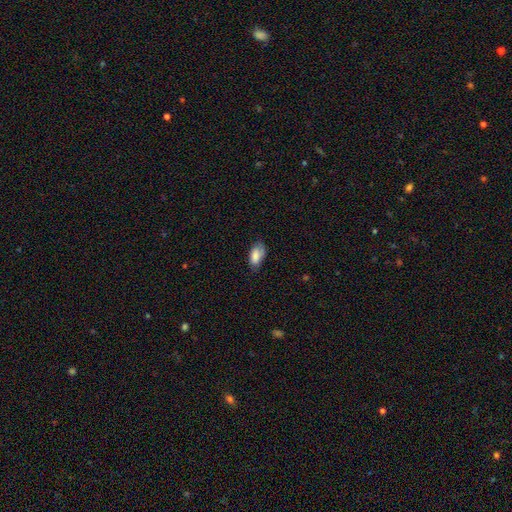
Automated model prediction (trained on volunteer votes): Smooth or featured: smooth — 82% (featured or disk — 11%)
How rounded: in between — 91% (cigar-shaped — 6%)
Merging: none — 62% (minor disturbance — 29%)